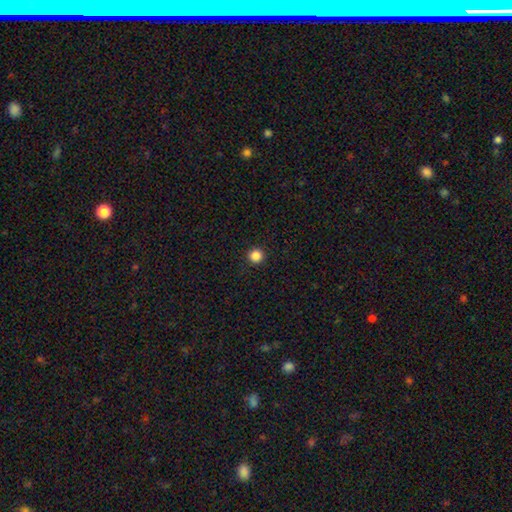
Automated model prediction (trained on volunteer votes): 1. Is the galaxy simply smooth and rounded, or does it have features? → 86% smooth, 11% star or artifact, 3% featured or disk.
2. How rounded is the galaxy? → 96% round, 3% in between, 1% cigar-shaped.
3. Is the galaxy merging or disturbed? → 93% none, 4% minor disturbance, 2% major disturbance, 1% merger.